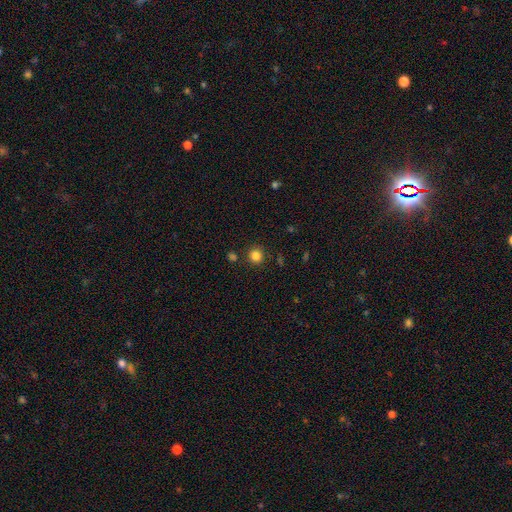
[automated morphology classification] smooth-or-featured: smooth: 83% | star or artifact: 13% | featured or disk: 4%
  how-rounded: round: 92% | in between: 7% | cigar-shaped: 1%
  merging: none: 87% | minor disturbance: 7% | merger: 4% | major disturbance: 3%